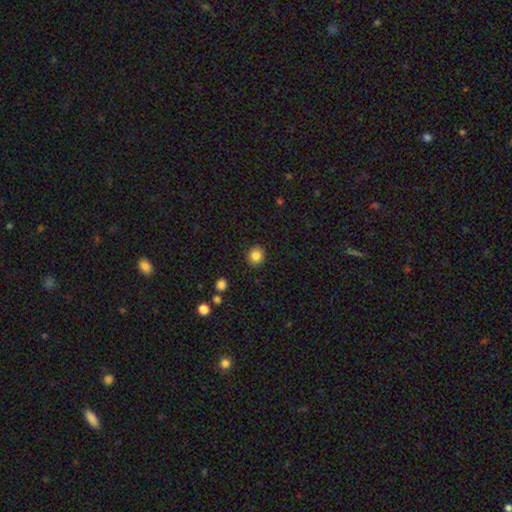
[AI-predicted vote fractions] Smooth or featured?
  - smooth: 85% *
  - star or artifact: 11%
  - featured or disk: 5%
How rounded?
  - round: 90% *
  - in between: 9%
  - cigar-shaped: 1%
Merging?
  - none: 92% *
  - minor disturbance: 5%
  - major disturbance: 2%
  - merger: 1%